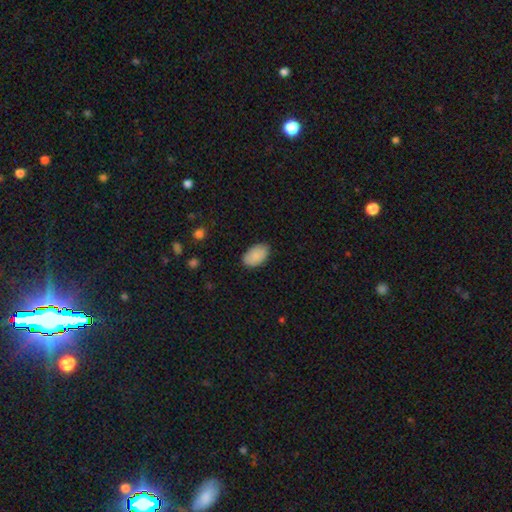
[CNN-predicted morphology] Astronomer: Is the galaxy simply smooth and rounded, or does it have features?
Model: smooth — 89%.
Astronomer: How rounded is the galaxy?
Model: in between — 93%.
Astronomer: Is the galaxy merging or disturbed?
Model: none — 85%.